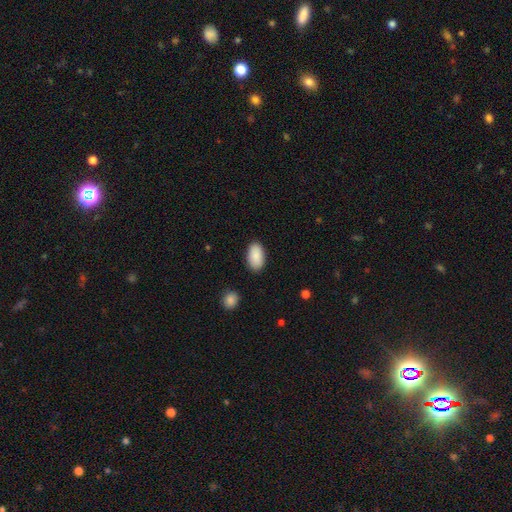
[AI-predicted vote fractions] This is clearly a smooth galaxy (90%). How rounded: clearly in between (95%). Merging: clearly none (88%).